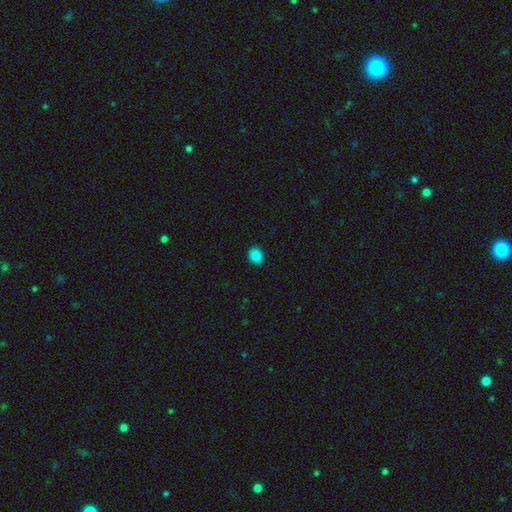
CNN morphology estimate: Smooth or featured?
  - smooth: 86% *
  - star or artifact: 11%
  - featured or disk: 3%
How rounded?
  - round: 58% *
  - in between: 41%
  - cigar-shaped: 1%
Merging?
  - none: 90% *
  - minor disturbance: 7%
  - major disturbance: 2%
  - merger: 1%